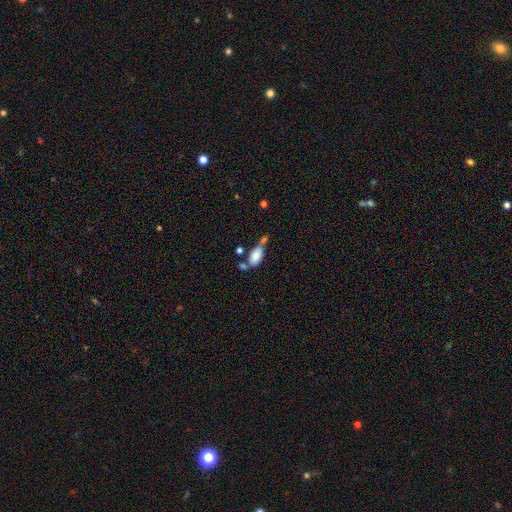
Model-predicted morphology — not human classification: A smooth galaxy with no disk features (82%) that is in between round and cigar-shaped (91%). Merging: merger (39%).